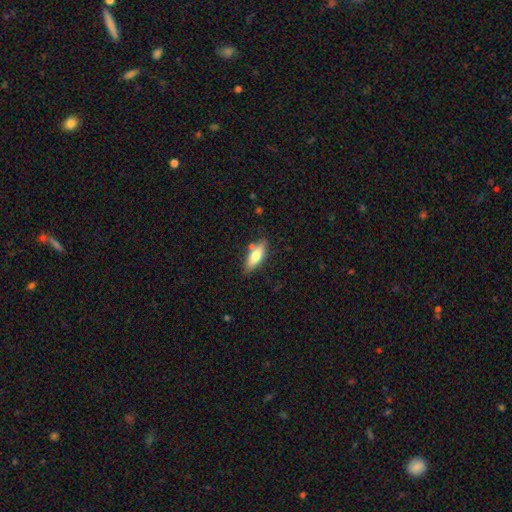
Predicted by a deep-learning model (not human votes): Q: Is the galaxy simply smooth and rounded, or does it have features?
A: smooth — 69%.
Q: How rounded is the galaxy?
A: in between — 62%.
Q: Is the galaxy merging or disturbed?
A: none — 74%.